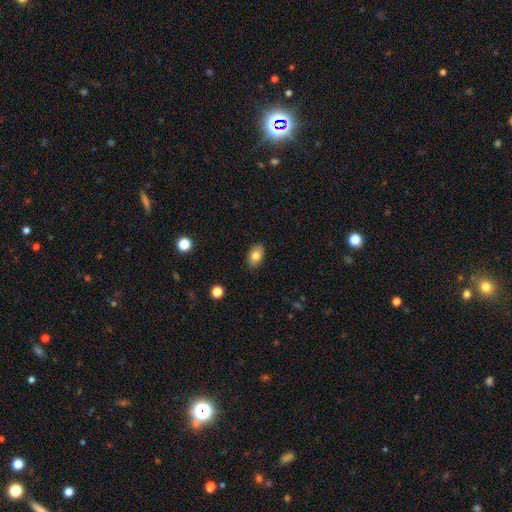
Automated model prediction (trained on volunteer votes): The model was most divided on "smooth or featured": smooth: 80%, featured or disk: 12%, star or artifact: 8%. More confident: merging — none (87%); how rounded — in between (87%).